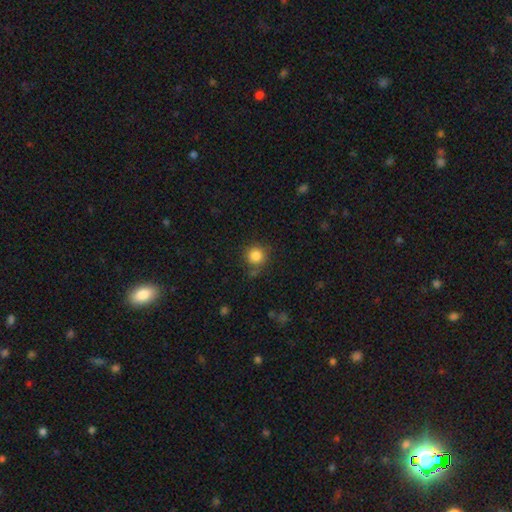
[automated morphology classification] Smooth or featured? Predicted: smooth (p=0.84). How rounded? Predicted: round (p=0.94). Merging? Predicted: none (p=0.80).